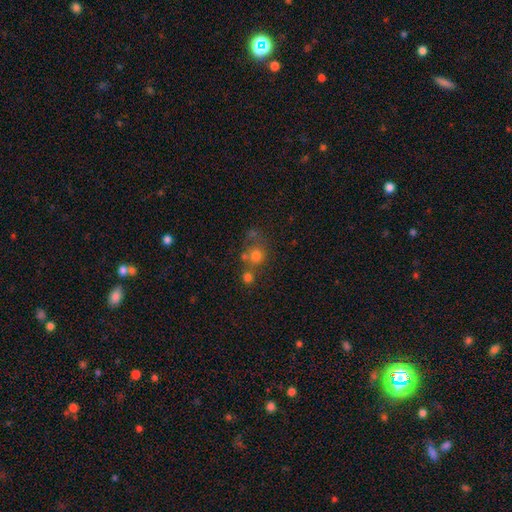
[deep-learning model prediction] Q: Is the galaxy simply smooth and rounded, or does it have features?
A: smooth — 67%.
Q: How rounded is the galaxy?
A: round — 84%.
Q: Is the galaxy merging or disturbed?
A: none — 49%.